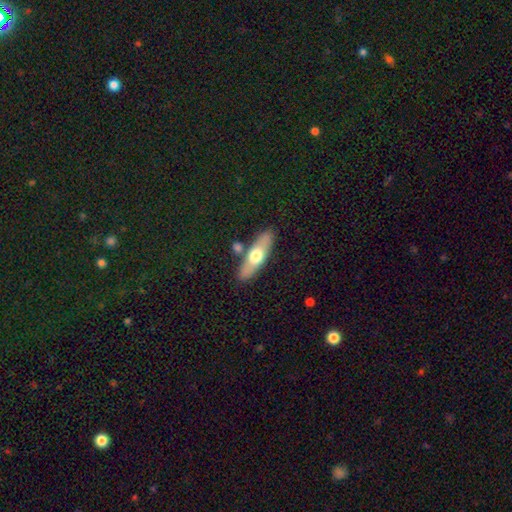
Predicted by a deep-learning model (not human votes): Overall: smooth (54%; featured or disk 41%). How rounded: cigar-shaped (56%; in between 41%). Merging: none (79%).